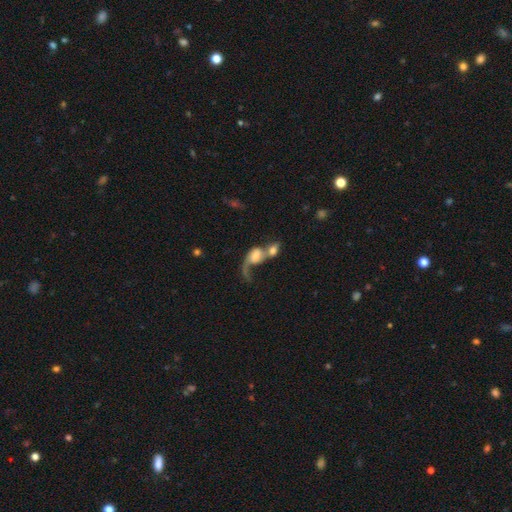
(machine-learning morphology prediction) The model was most divided on "smooth or featured": featured or disk: 50%, smooth: 41%, star or artifact: 9%. More confident: edge-on disk — no (95%); merging — merger (72%).